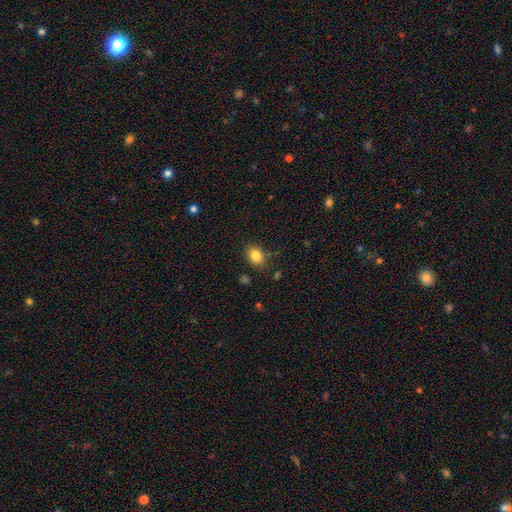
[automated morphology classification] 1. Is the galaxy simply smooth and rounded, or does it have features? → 83% smooth, 10% star or artifact, 7% featured or disk.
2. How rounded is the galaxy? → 64% in between, 35% round, 1% cigar-shaped.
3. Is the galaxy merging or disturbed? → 81% none, 13% minor disturbance, 3% major disturbance, 3% merger.